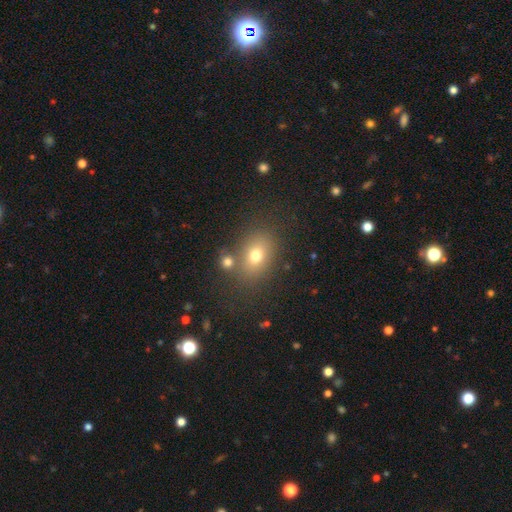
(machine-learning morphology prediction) This is likely a smooth galaxy (72%). How rounded: likely in between (64%). Merging: likely none (68%).